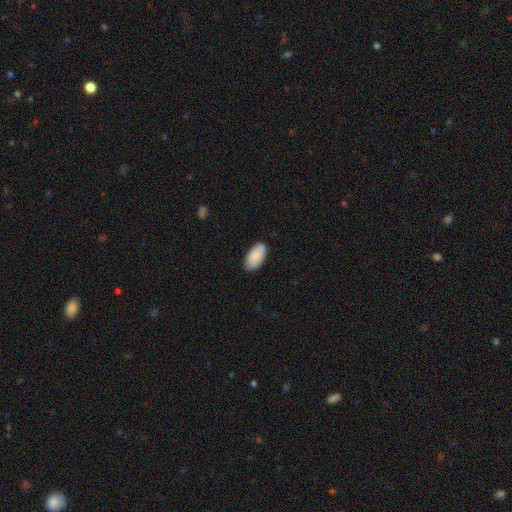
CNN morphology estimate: Smooth or featured?
  - smooth: 86% *
  - featured or disk: 8%
  - star or artifact: 6%
How rounded?
  - in between: 96% *
  - round: 2%
  - cigar-shaped: 2%
Merging?
  - none: 86% *
  - minor disturbance: 11%
  - major disturbance: 2%
  - merger: 1%